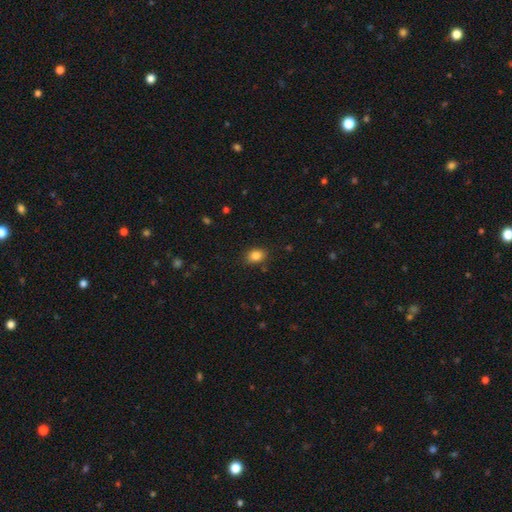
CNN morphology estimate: This appears to be a smooth galaxy with no disk features (85%) that is in between round and cigar-shaped (68%). Merging: none (84%).